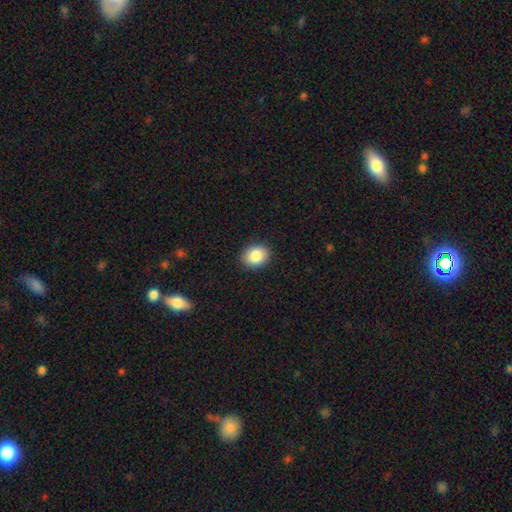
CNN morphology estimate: Overall: smooth (85%). How rounded: in between (51%; round 48%). Merging: none (89%).